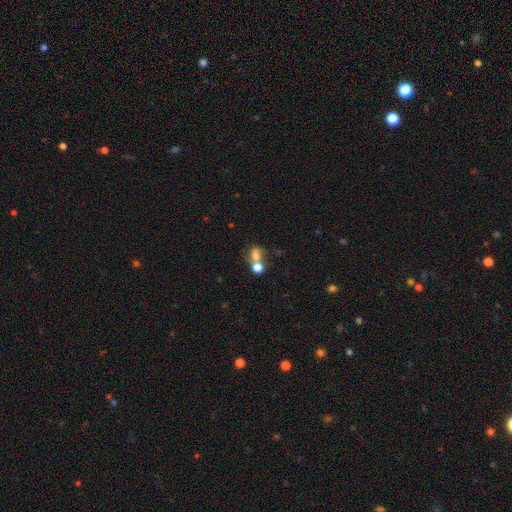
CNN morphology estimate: The model was most divided on "how rounded": round: 53%, in between: 46%, cigar-shaped: 2%. More confident: smooth or featured — smooth (71%); merging — merger (60%).